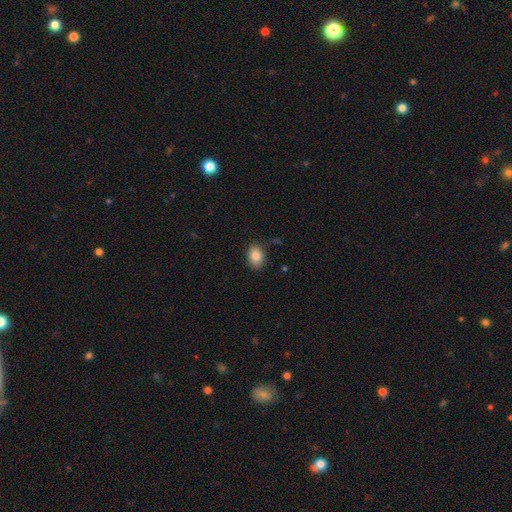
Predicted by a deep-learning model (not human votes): smooth_or_featured: smooth (p=0.85) [alt: star or artifact p=0.08]
how_rounded: in between (p=0.74) [alt: round p=0.25]
merging: none (p=0.85) [alt: minor disturbance p=0.11]